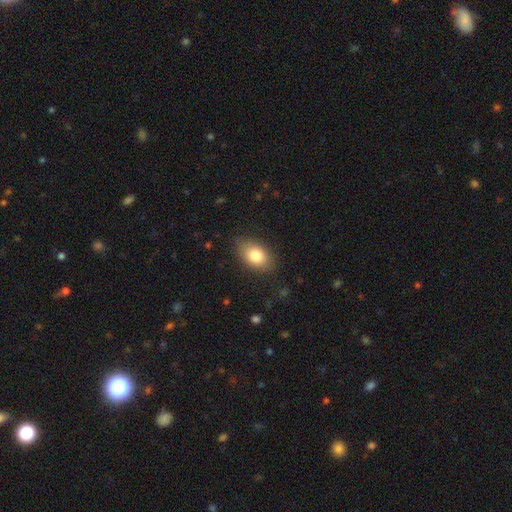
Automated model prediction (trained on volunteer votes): Smooth or featured? smooth (81%)
How rounded? in between (87%)
Merging? none (82%)